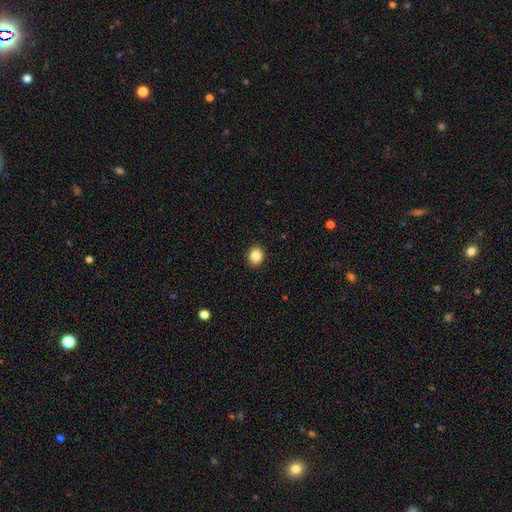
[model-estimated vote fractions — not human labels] A smooth galaxy with no disk features (86%) that is round (63%). Merging: none (91%).